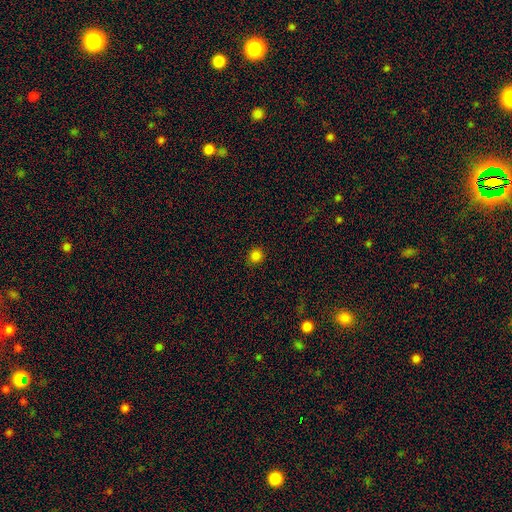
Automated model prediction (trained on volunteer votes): smooth 82%, star or artifact 14%, featured or disk 3%. Down the decision tree: how rounded — round (89%); merging — none (91%).